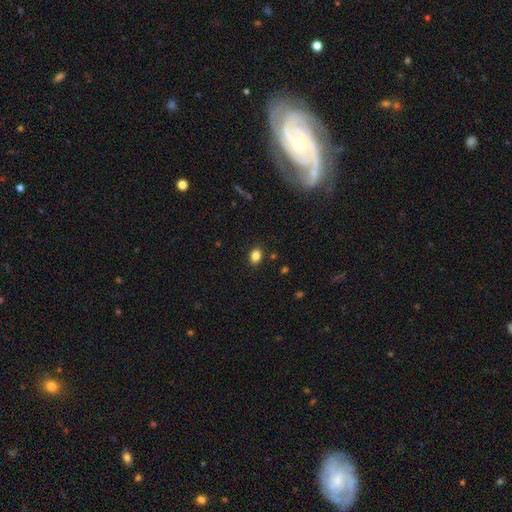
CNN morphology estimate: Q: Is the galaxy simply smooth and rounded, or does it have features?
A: smooth — 84%.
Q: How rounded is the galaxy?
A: in between — 70%.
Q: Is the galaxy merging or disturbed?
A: none — 88%.